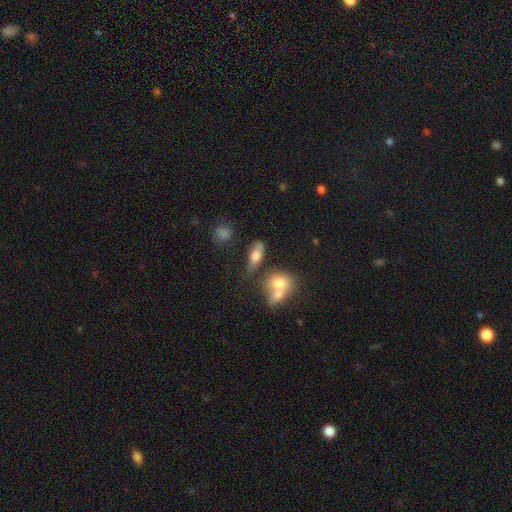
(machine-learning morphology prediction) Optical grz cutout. It shows a smooth galaxy with no disk features (71%) that is in between round and cigar-shaped (72%). Merging: none (51%).